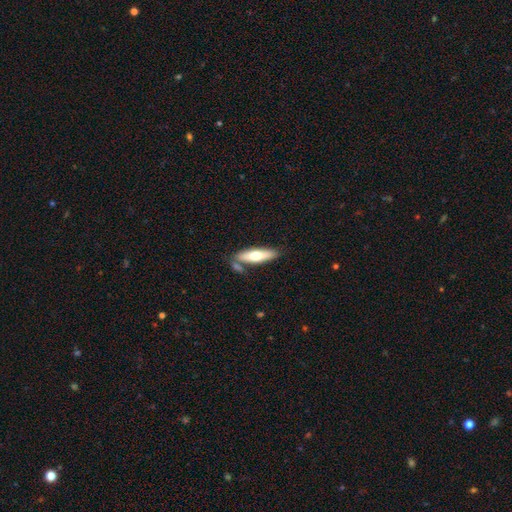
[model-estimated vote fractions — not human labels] smooth_or_featured: smooth (p=0.61) [alt: featured or disk p=0.34]
how_rounded: cigar-shaped (p=0.58) [alt: in between p=0.40]
merging: none (p=0.71) [alt: minor disturbance p=0.14]